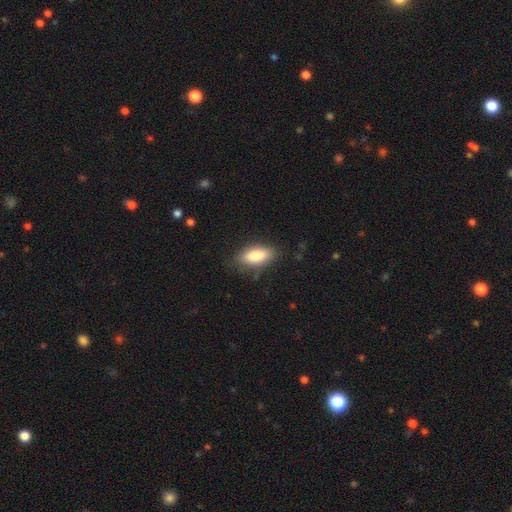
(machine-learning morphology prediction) Smooth or featured? Predicted: smooth (p=0.84). How rounded? Predicted: in between (p=0.85). Merging? Predicted: none (p=0.79).